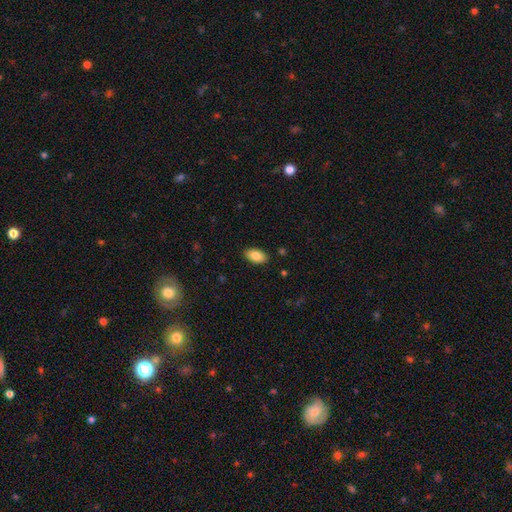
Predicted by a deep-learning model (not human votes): Overall: smooth (85%). How rounded: in between (94%). Merging: none (88%).